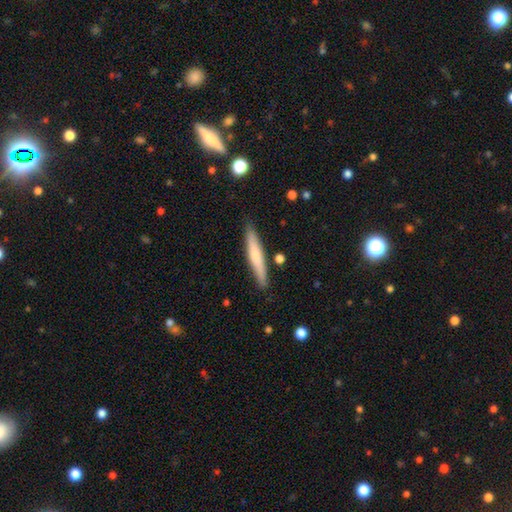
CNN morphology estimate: Smooth or featured? Predicted: smooth (p=0.63). How rounded? Predicted: cigar-shaped (p=0.92). Merging? Predicted: none (p=0.86).